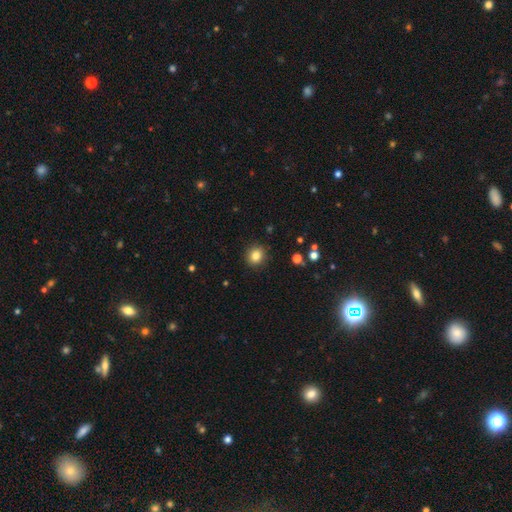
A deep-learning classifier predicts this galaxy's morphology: type=smooth (83%); roundness=round (84%); merging=none (91%).